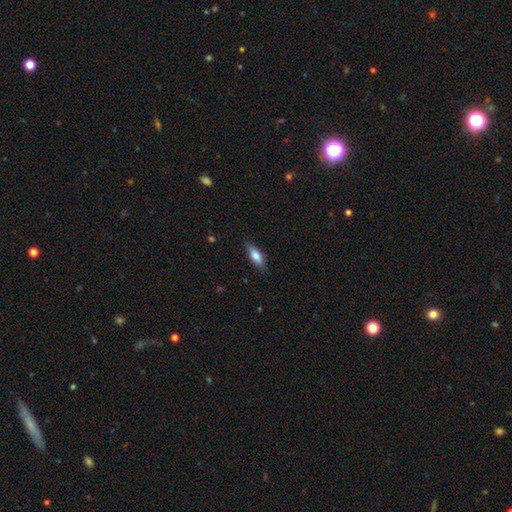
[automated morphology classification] Overall: smooth (76%). How rounded: in between (66%; cigar-shaped 32%). Merging: none (84%).